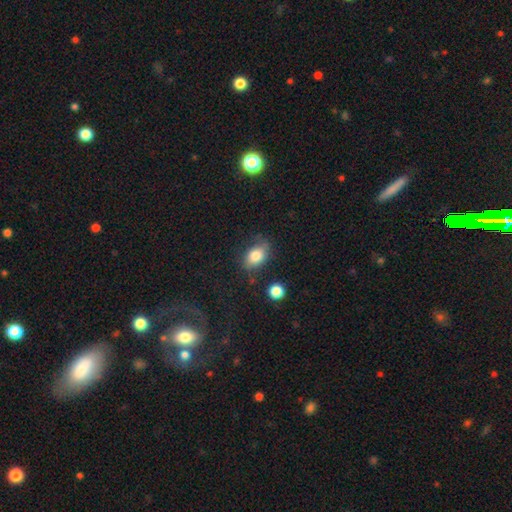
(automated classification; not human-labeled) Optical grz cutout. It shows a smooth galaxy with no disk features (81%) that is in between round and cigar-shaped (82%). Merging: none (67%).